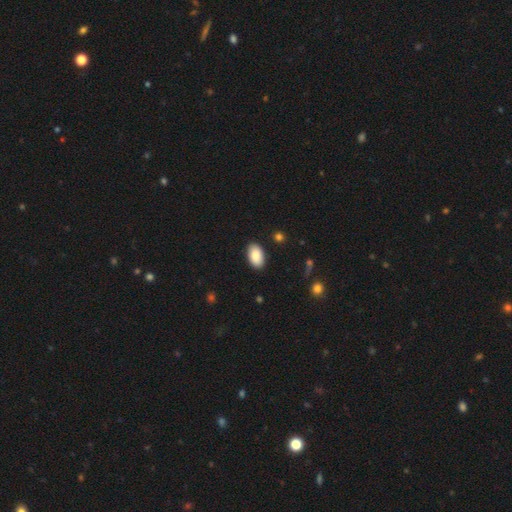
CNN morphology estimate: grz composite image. It shows a smooth galaxy with no disk features (86%) that is in between round and cigar-shaped (95%). Merging: none (89%).